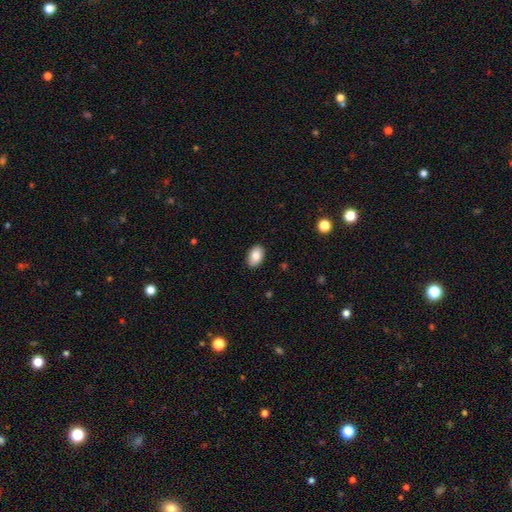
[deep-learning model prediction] smooth_or_featured: smooth (p=0.85) [alt: featured or disk p=0.08]
how_rounded: in between (p=0.87) [alt: round p=0.12]
merging: none (p=0.88) [alt: minor disturbance p=0.09]